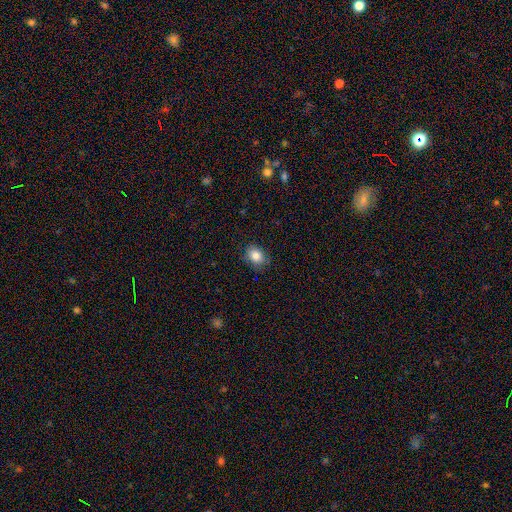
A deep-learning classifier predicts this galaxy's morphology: smooth-or-featured: smooth: 84% | star or artifact: 9% | featured or disk: 6%
  how-rounded: in between: 52% | round: 47% | cigar-shaped: 1%
  merging: none: 82% | minor disturbance: 14% | major disturbance: 3% | merger: 1%